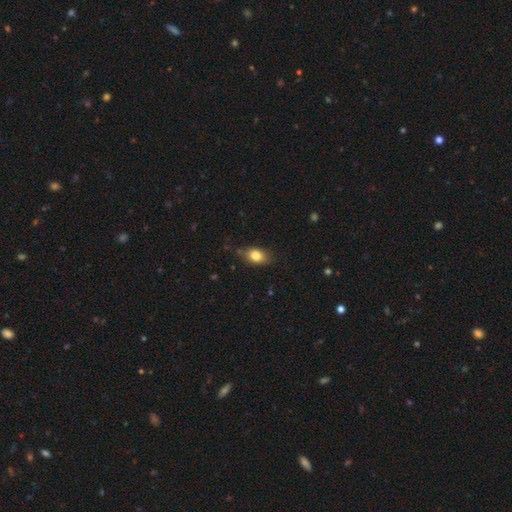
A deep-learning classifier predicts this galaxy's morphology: Smooth or featured: smooth — 82% (featured or disk — 9%)
How rounded: in between — 81% (round — 17%)
Merging: none — 78% (minor disturbance — 17%)